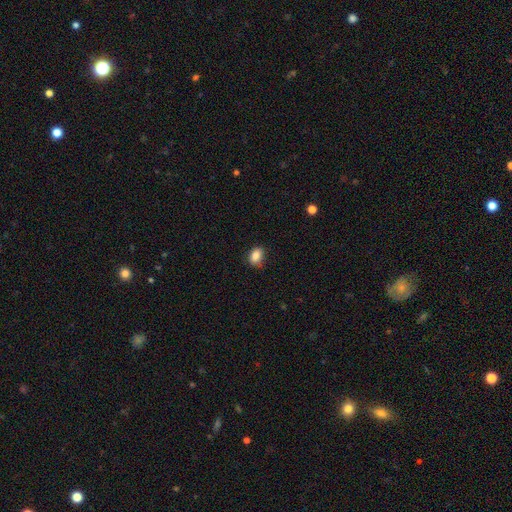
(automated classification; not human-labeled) smooth_or_featured: smooth (p=0.87) [alt: star or artifact p=0.09]
how_rounded: in between (p=0.75) [alt: round p=0.24]
merging: none (p=0.79) [alt: minor disturbance p=0.16]